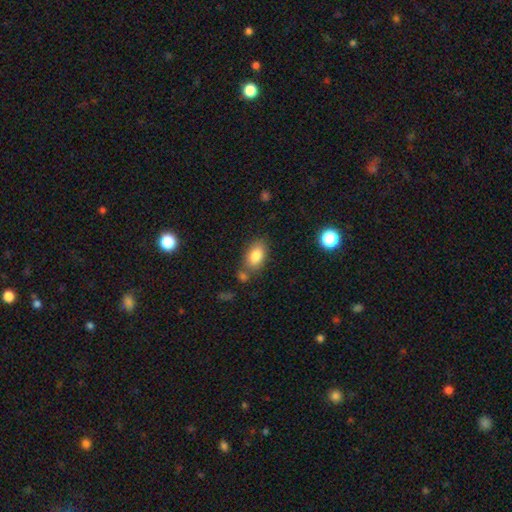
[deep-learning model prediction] The model was most divided on "merging": none: 70%, minor disturbance: 15%, merger: 11%, major disturbance: 4%. More confident: how rounded — in between (89%); smooth or featured — smooth (83%).